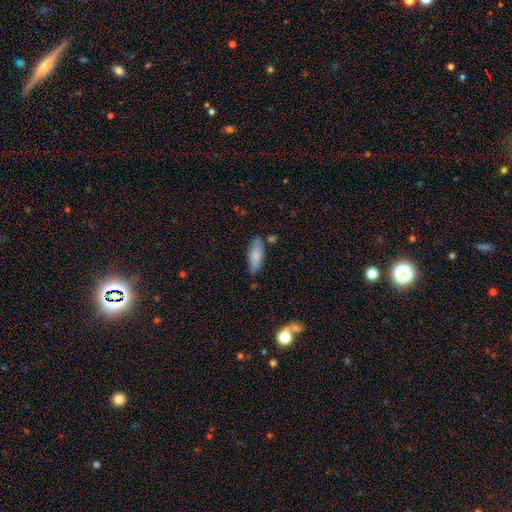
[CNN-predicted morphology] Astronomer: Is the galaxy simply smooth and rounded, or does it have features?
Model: smooth — 79%.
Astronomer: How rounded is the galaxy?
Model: in between — 66%.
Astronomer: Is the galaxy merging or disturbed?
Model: none — 69%.